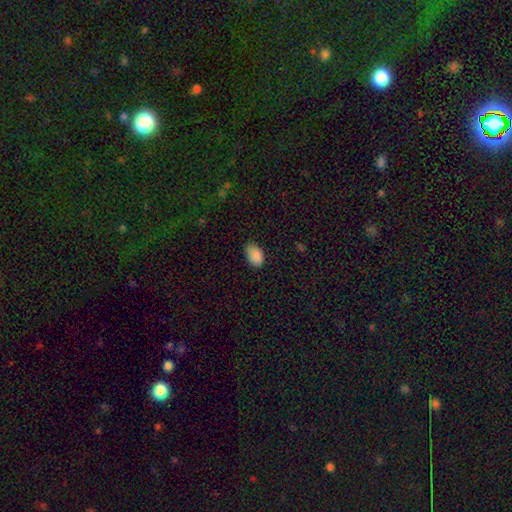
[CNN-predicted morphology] Q: Smooth or featured?
A: smooth (89%); runner-up: star or artifact (8%)
Q: How rounded?
A: in between (89%); runner-up: round (9%)
Q: Merging?
A: none (75%); runner-up: minor disturbance (21%)